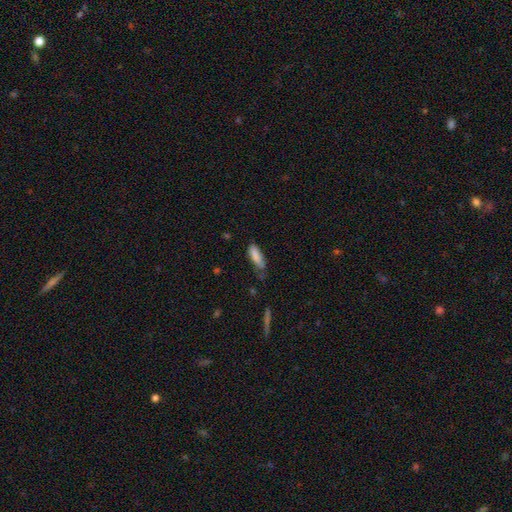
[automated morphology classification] This is clearly a smooth galaxy (84%). How rounded: possibly in between (60%). Merging: possibly none (46%).